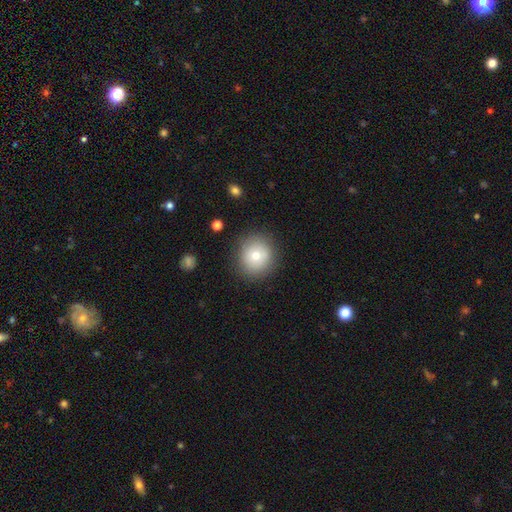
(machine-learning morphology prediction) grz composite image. It shows a smooth galaxy with no disk features (73%) that is round (89%). Merging: none (85%).